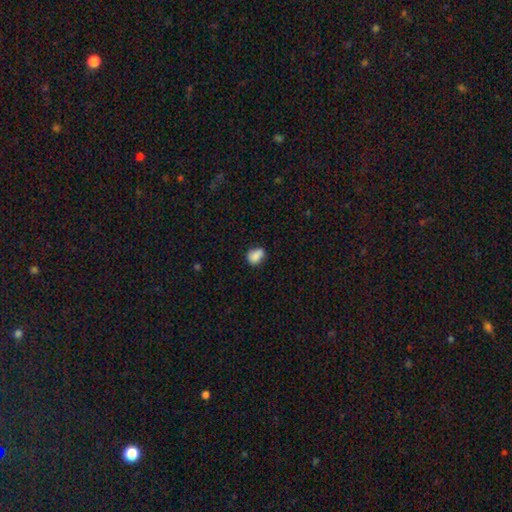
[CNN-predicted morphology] Q: Smooth or featured?
A: smooth (84%); runner-up: star or artifact (9%)
Q: How rounded?
A: in between (63%); runner-up: round (35%)
Q: Merging?
A: none (61%); runner-up: minor disturbance (27%)